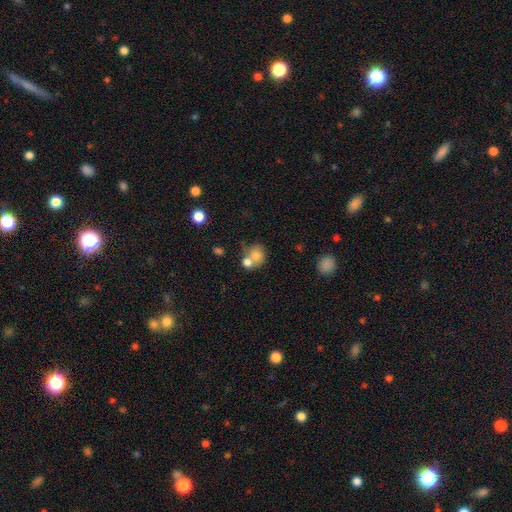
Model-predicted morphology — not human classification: This is likely a smooth galaxy (75%). How rounded: likely round (69%). Merging: possibly merger (52%).